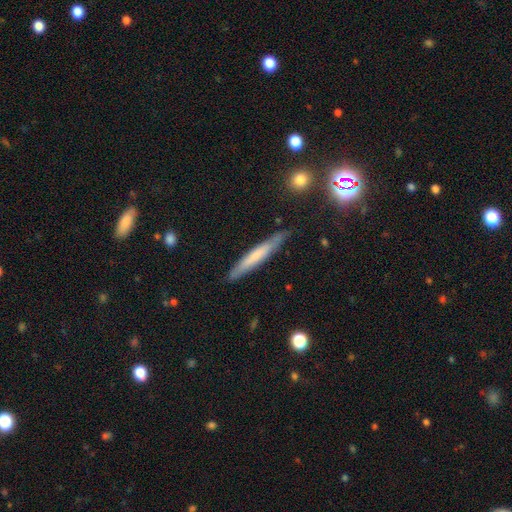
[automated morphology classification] Smooth or featured?
  - smooth: 57% *
  - featured or disk: 37%
  - star or artifact: 7%
How rounded?
  - cigar-shaped: 95% *
  - in between: 4%
  - round: 1%
Merging?
  - none: 84% *
  - minor disturbance: 12%
  - major disturbance: 2%
  - merger: 2%